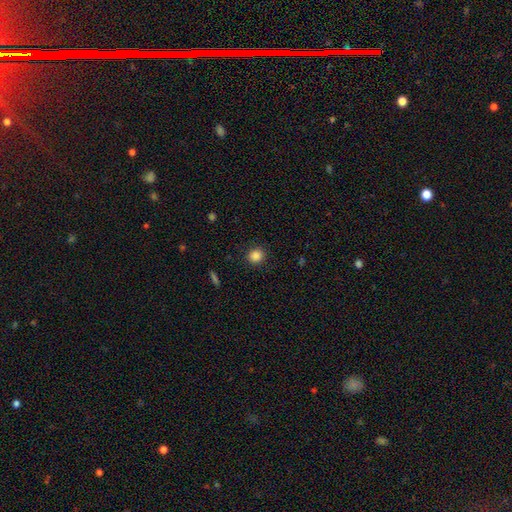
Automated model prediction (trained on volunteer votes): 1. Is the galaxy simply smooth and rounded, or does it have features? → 86% smooth, 11% star or artifact, 3% featured or disk.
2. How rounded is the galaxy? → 87% round, 12% in between, 1% cigar-shaped.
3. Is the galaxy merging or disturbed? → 90% none, 7% minor disturbance, 2% major disturbance, 1% merger.